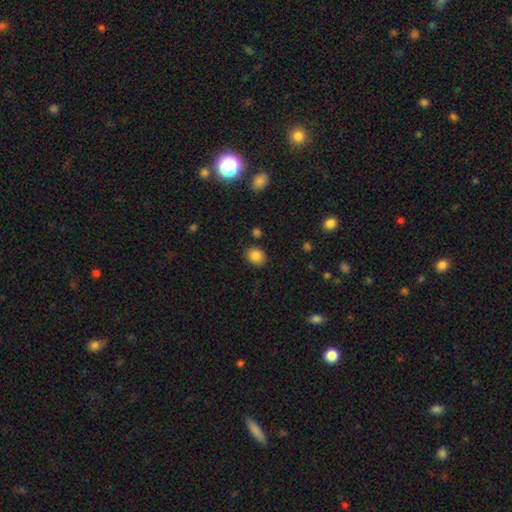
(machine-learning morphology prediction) Smooth or featured?
  - smooth: 85% *
  - star or artifact: 10%
  - featured or disk: 5%
How rounded?
  - round: 60% *
  - in between: 39%
  - cigar-shaped: 1%
Merging?
  - none: 85% *
  - minor disturbance: 9%
  - merger: 3%
  - major disturbance: 2%